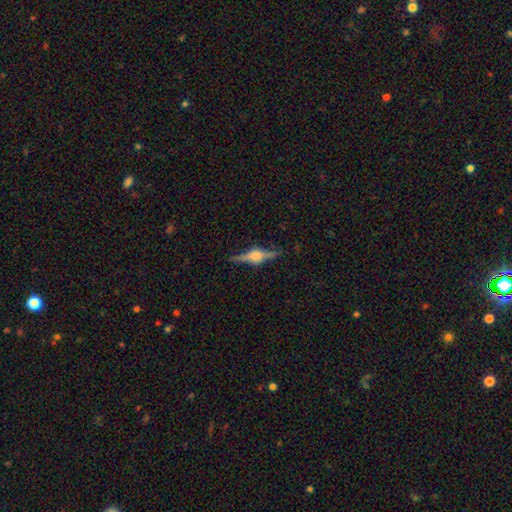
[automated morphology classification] This appears to be a featured or disk galaxy (82%) viewed edge-on (98%) with a rounded central bulge (85%). Merging: none (86%).